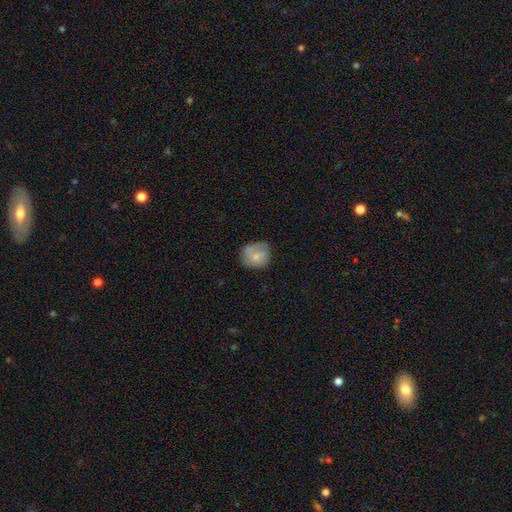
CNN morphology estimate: smooth 57%, featured or disk 36%, star or artifact 7%. Down the decision tree: how rounded — round (71%); merging — none (58%).